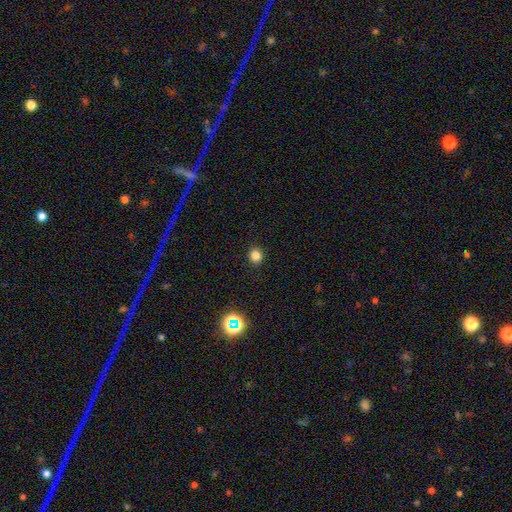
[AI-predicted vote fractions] smooth-or-featured: smooth: 82% | star or artifact: 14% | featured or disk: 4%
  how-rounded: round: 86% | in between: 13% | cigar-shaped: 1%
  merging: none: 92% | minor disturbance: 5% | major disturbance: 2% | merger: 1%